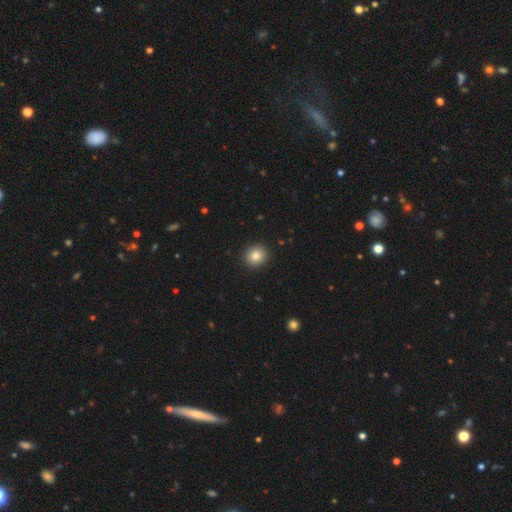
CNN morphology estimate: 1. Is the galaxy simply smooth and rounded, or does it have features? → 83% smooth, 10% star or artifact, 7% featured or disk.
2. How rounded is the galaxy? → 82% round, 17% in between, 1% cigar-shaped.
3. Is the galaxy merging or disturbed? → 92% none, 5% minor disturbance, 2% major disturbance, 1% merger.